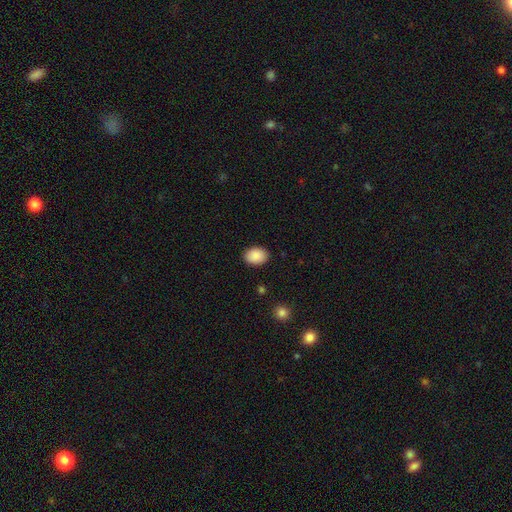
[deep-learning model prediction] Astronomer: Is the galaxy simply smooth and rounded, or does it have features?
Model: smooth — 90%.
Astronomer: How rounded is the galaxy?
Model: in between — 74%.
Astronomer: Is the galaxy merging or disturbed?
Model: none — 89%.